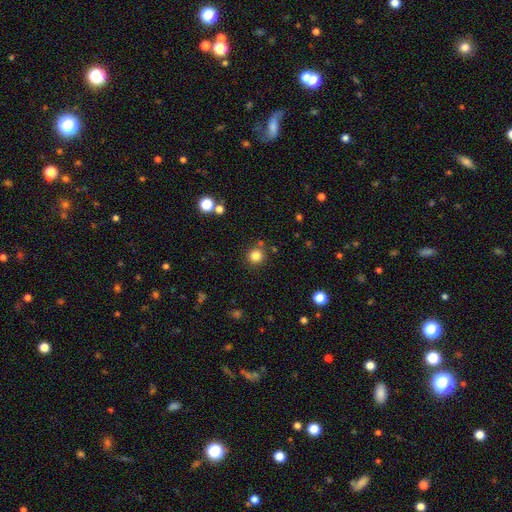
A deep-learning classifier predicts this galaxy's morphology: This appears to be a smooth galaxy with no disk features (82%) that is round (92%). Merging: none (83%).